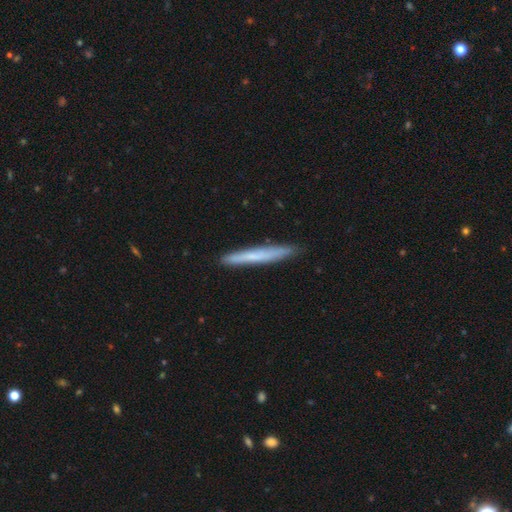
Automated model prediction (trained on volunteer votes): Smooth or featured? Predicted: smooth (p=0.60). How rounded? Predicted: cigar-shaped (p=0.97). Merging? Predicted: none (p=0.90).